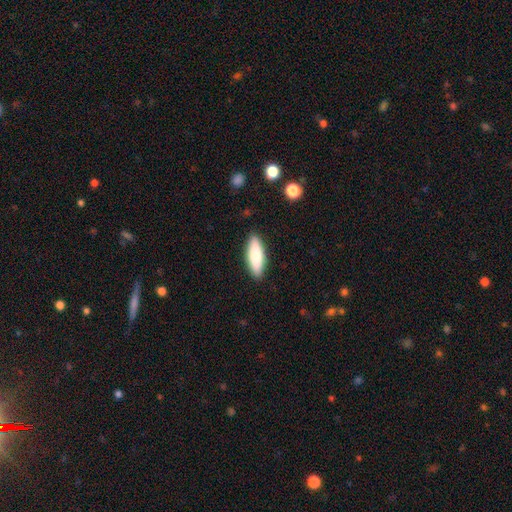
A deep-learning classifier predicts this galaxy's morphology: type=smooth (79%); roundness=in between (60%); merging=none (88%).